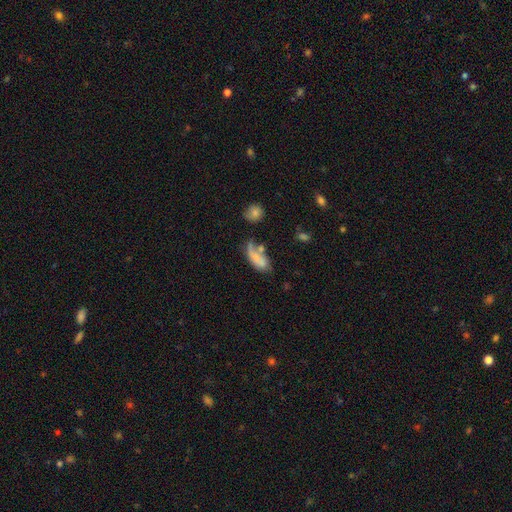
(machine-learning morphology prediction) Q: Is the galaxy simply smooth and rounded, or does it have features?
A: smooth — 67%.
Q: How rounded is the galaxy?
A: in between — 79%.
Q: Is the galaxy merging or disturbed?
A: none — 32%.